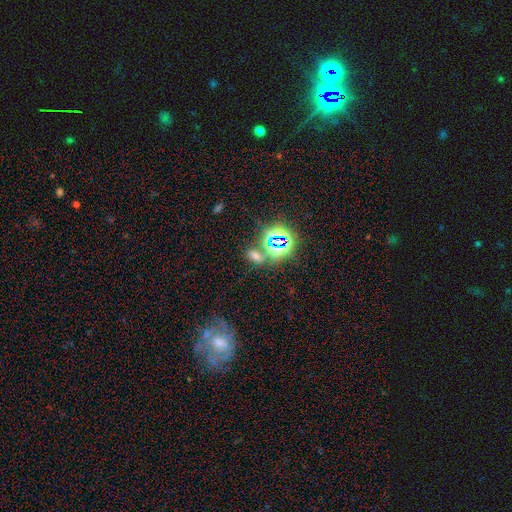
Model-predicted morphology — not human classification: A smooth galaxy with no disk features (47%).

Vote fractions:
- Smooth or featured? smooth: 47% / star or artifact: 46% / featured or disk: 8%
- Merging? none: 66% / merger: 18% / minor disturbance: 11% / major disturbance: 5%